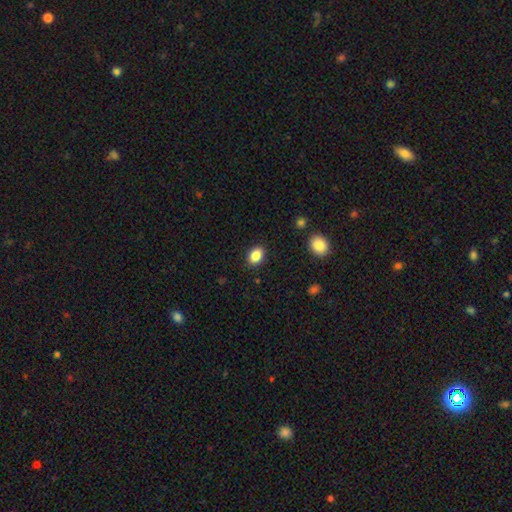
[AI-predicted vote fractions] Q: Smooth or featured?
A: smooth (86%); runner-up: star or artifact (9%)
Q: How rounded?
A: in between (74%); runner-up: round (25%)
Q: Merging?
A: none (89%); runner-up: minor disturbance (8%)